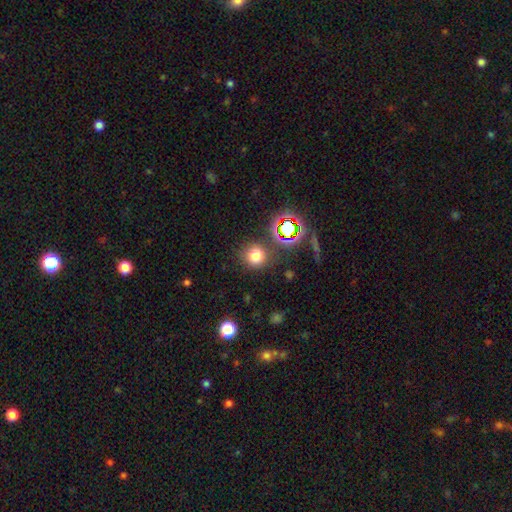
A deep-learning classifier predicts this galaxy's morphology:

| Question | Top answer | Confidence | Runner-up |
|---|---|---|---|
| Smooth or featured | smooth | 72% | star or artifact (21%) |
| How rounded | round | 89% | in between (10%) |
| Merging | none | 83% | minor disturbance (10%) |